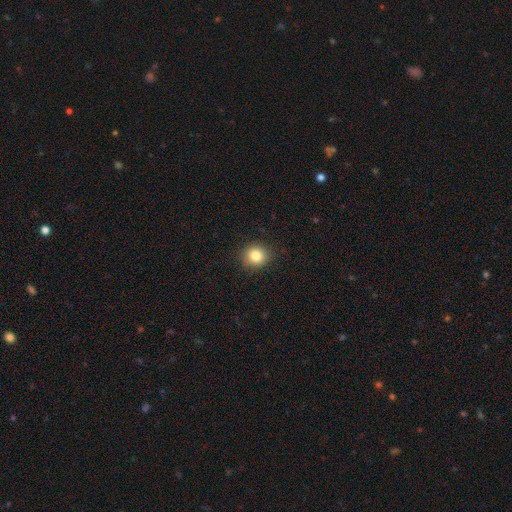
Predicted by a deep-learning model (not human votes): This appears to be a smooth galaxy with no disk features (84%) that is round (87%). Merging: none (90%).